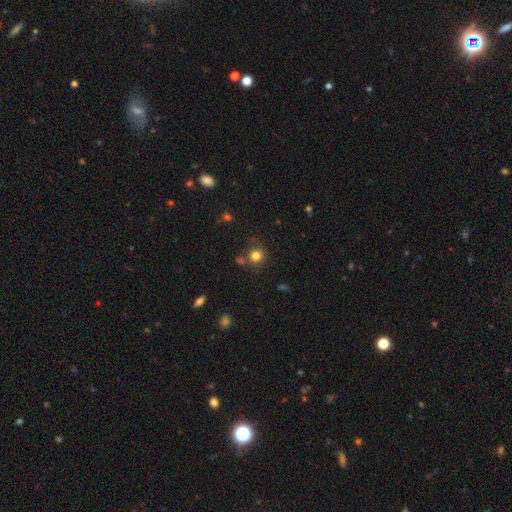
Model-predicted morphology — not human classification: Q: Smooth or featured?
A: smooth (80%); runner-up: star or artifact (14%)
Q: How rounded?
A: round (89%); runner-up: in between (10%)
Q: Merging?
A: none (75%); runner-up: minor disturbance (11%)